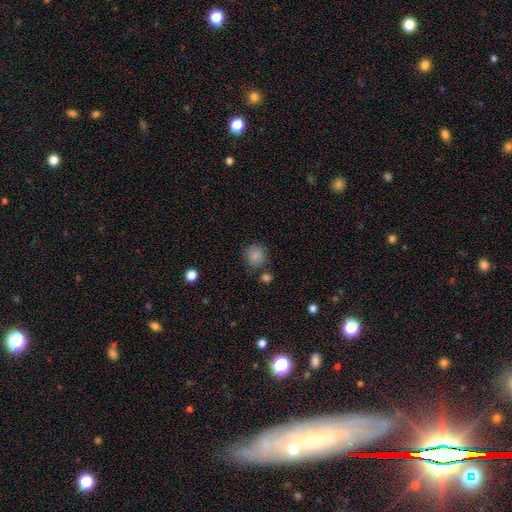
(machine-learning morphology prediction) smooth_or_featured: smooth (p=0.85) [alt: star or artifact p=0.10]
how_rounded: round (p=0.89) [alt: in between p=0.10]
merging: none (p=0.73) [alt: minor disturbance p=0.14]